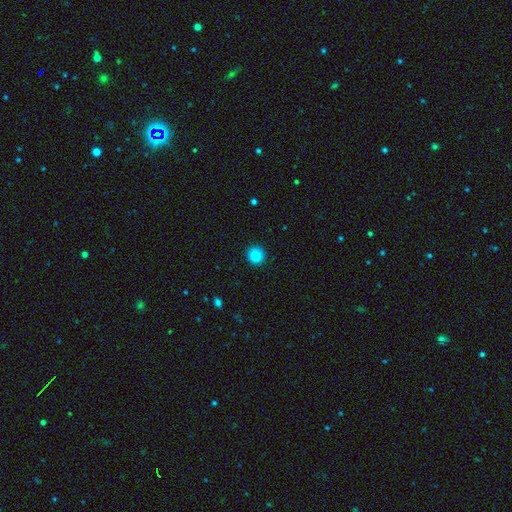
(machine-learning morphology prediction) This appears to be a smooth galaxy with no disk features (87%) that is round (93%). Merging: none (92%).